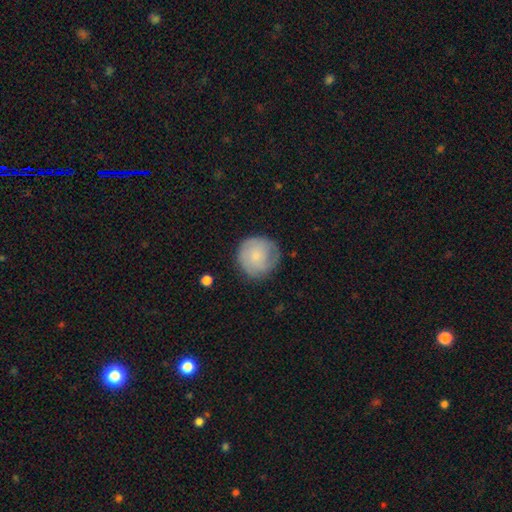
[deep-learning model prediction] Smooth or featured: smooth — 62% (featured or disk — 31%)
How rounded: round — 93% (in between — 6%)
Merging: none — 76% (minor disturbance — 17%)